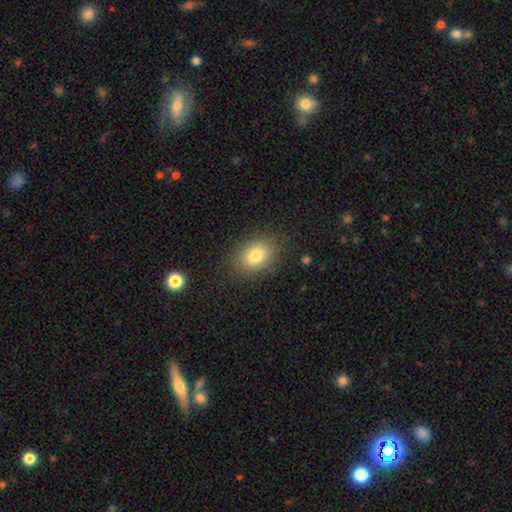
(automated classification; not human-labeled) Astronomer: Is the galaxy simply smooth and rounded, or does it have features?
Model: smooth — 81%.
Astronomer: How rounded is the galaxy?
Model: in between — 73%.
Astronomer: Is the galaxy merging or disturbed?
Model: none — 85%.